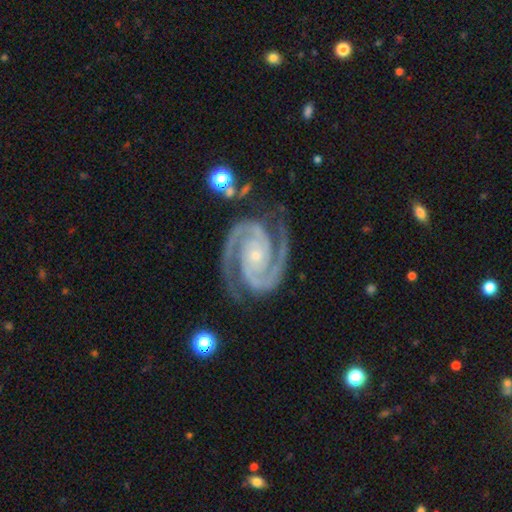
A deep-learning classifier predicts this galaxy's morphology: featured or disk 94%, star or artifact 4%, smooth 2%. Down the decision tree: edge-on disk — no (98%); bar — no (67%); spiral arms — yes (99%); spiral arm count — 2 (94%); spiral winding — tight (62%); bulge size — small (78%); merging — none (82%).